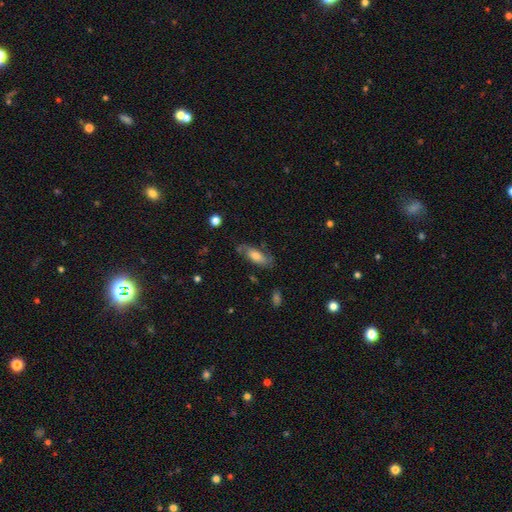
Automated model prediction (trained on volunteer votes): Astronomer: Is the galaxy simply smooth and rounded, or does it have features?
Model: smooth — 56% (runner-up: featured or disk, 37%).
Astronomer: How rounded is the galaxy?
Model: in between — 73%.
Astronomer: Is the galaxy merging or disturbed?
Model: none — 68%.